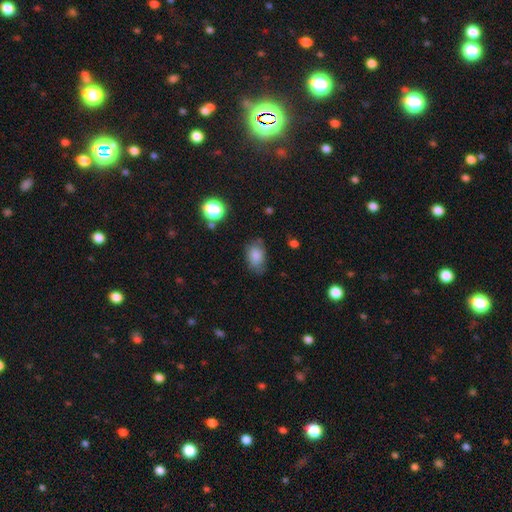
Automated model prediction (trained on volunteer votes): Q: Smooth or featured?
A: smooth (81%); runner-up: star or artifact (9%)
Q: How rounded?
A: in between (85%); runner-up: round (13%)
Q: Merging?
A: none (68%); runner-up: minor disturbance (23%)